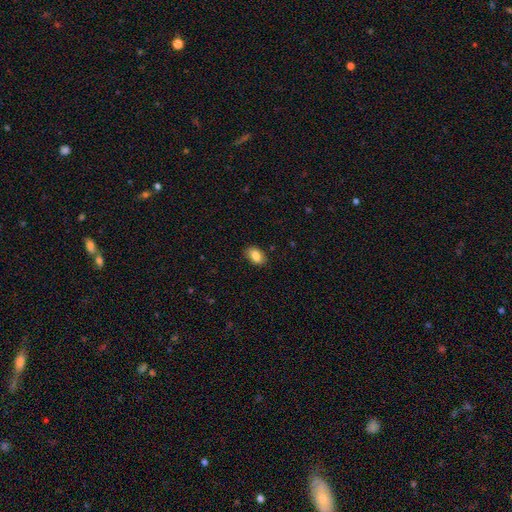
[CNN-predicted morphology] type=smooth (85%); roundness=in between (87%); merging=none (86%).